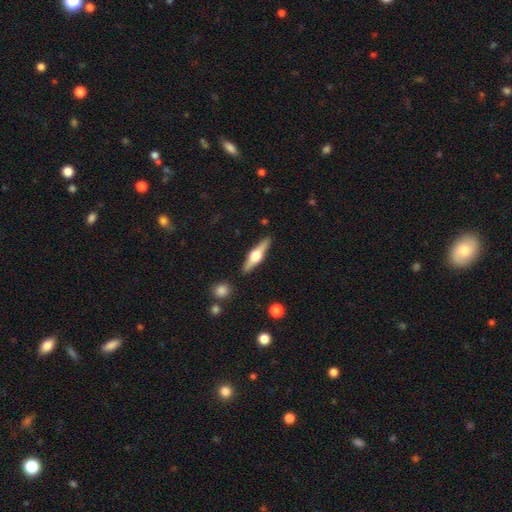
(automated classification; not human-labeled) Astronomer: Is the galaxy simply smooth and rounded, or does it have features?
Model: featured or disk — 66%.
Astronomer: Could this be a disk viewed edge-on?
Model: yes — 96%.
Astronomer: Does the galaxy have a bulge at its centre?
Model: rounded — 95%.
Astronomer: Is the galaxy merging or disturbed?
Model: none — 89%.